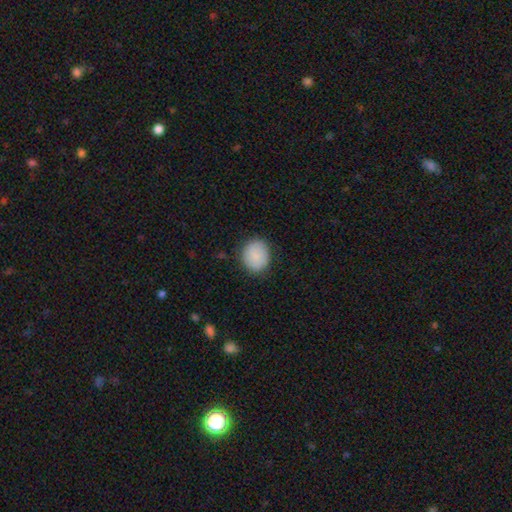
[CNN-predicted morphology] Overall: smooth (87%). How rounded: round (75%). Merging: none (83%).